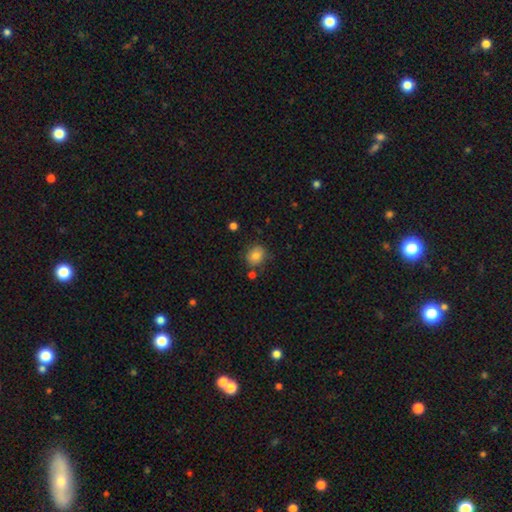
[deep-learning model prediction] Overall: smooth (82%). How rounded: round (71%). Merging: none (77%).